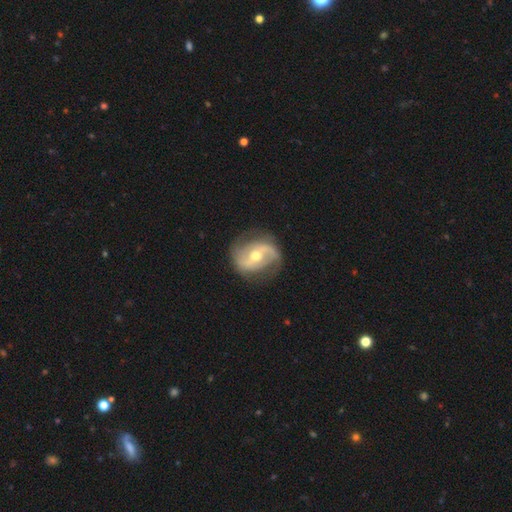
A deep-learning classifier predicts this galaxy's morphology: Q: Smooth or featured?
A: featured or disk (82%); runner-up: smooth (13%)
Q: Edge-on disk?
A: no (97%); runner-up: yes (3%)
Q: Bar?
A: weak (41%); runner-up: no (30%)
Q: Spiral arms?
A: yes (89%); runner-up: no (11%)
Q: Spiral winding?
A: medium (44%); runner-up: loose (34%)
Q: Spiral arm count?
A: 2 (86%); runner-up: can't tell (6%)
Q: Bulge size?
A: moderate (70%); runner-up: small (25%)
Q: Merging?
A: none (75%); runner-up: minor disturbance (16%)